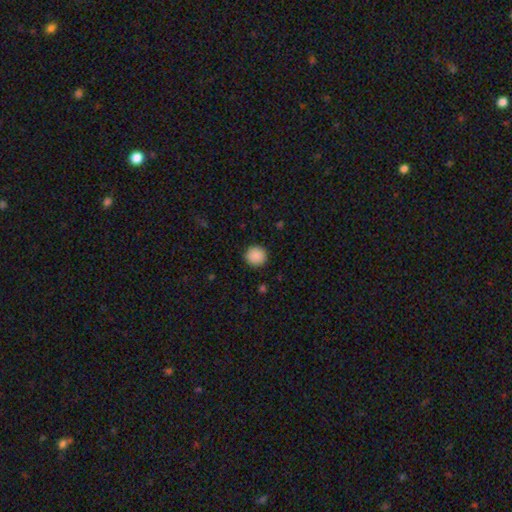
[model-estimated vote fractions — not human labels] smooth 89%, star or artifact 8%, featured or disk 2%. Down the decision tree: how rounded — round (93%); merging — none (92%).